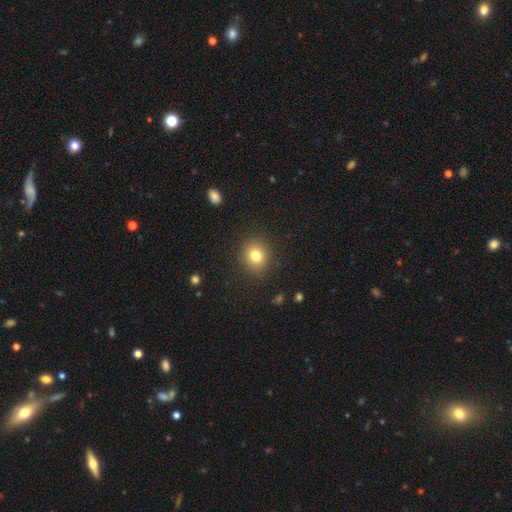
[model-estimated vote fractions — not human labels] This is likely a smooth galaxy (79%). How rounded: clearly round (80%). Merging: clearly none (89%).